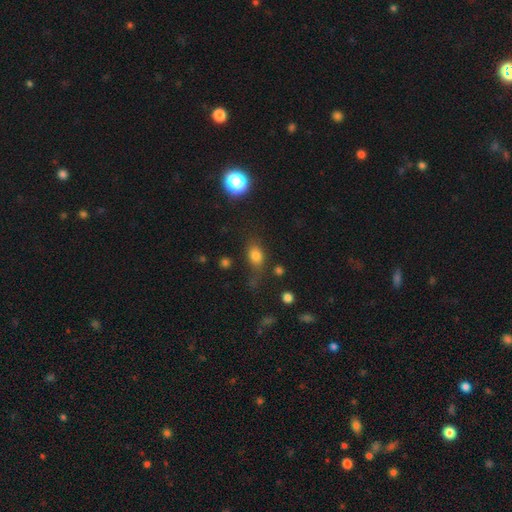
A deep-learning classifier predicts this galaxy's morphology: type=smooth (77%); roundness=in between (73%); merging=none (56%).